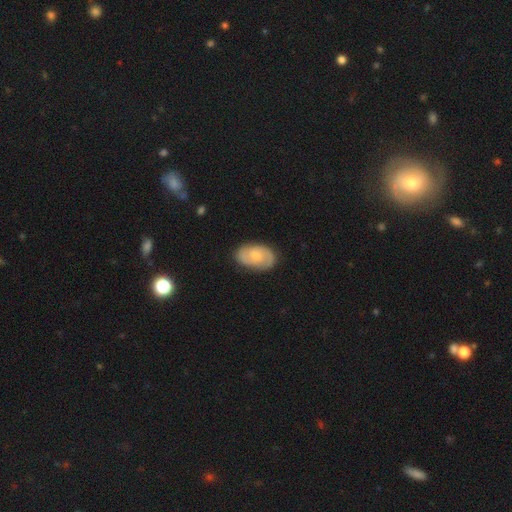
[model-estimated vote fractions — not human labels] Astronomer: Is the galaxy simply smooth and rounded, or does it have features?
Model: featured or disk — 57% (runner-up: smooth, 37%).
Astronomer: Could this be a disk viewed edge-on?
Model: no — 96%.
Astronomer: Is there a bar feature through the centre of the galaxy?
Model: no — 59% (runner-up: weak, 36%).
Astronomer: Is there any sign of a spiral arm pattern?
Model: yes — 86%.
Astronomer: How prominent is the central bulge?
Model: small — 44% (runner-up: moderate, 36%).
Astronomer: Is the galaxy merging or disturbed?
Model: none — 82%.